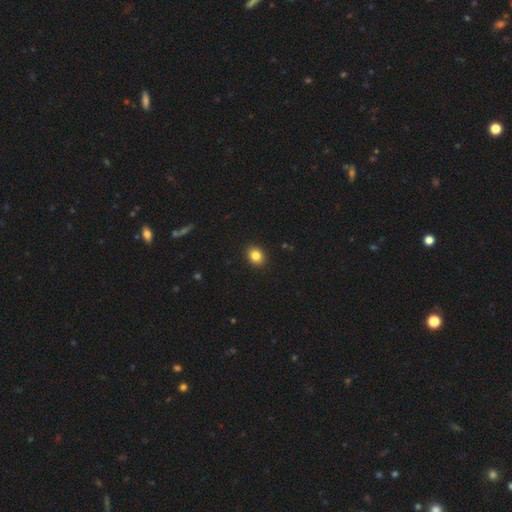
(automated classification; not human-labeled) Overall: smooth (84%). How rounded: round (52%; in between 47%). Merging: none (91%).